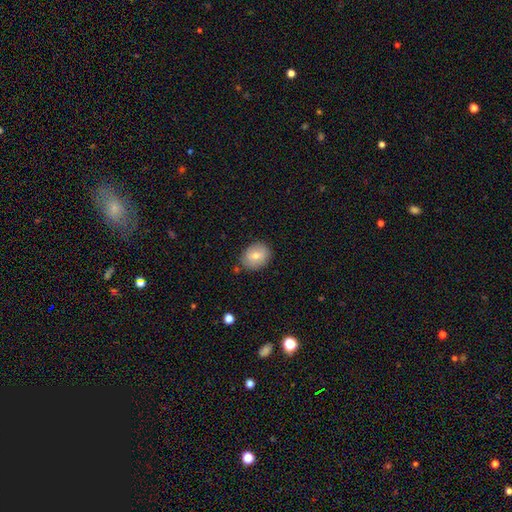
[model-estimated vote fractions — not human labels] Smooth or featured? smooth (71%)
How rounded? in between (50%)
Merging? none (83%)